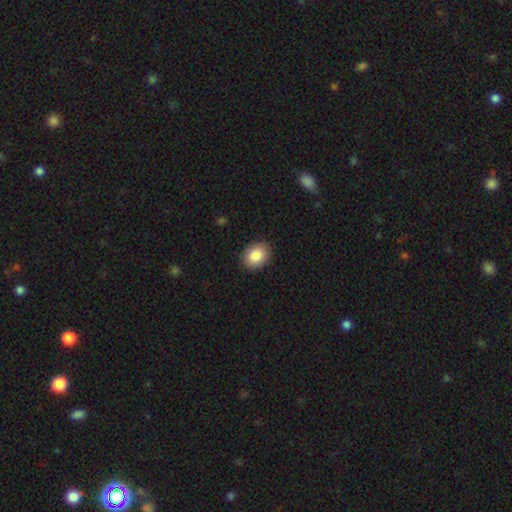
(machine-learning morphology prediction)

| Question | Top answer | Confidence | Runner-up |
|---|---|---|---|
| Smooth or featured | smooth | 86% | star or artifact (7%) |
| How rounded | in between | 64% | round (35%) |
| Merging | none | 88% | minor disturbance (9%) |